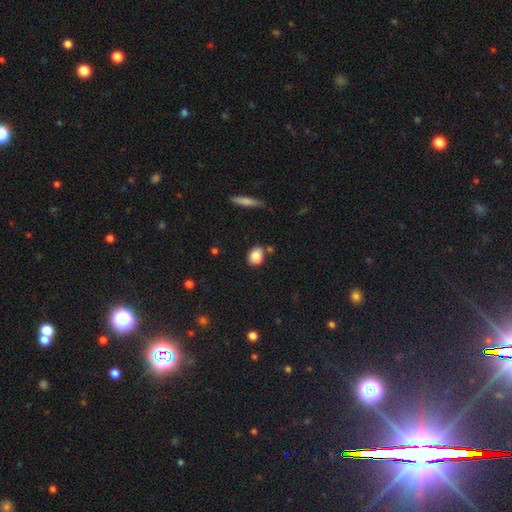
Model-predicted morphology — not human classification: Smooth or featured?
  - smooth: 82% *
  - featured or disk: 9%
  - star or artifact: 9%
How rounded?
  - in between: 63% *
  - round: 35%
  - cigar-shaped: 2%
Merging?
  - none: 68% *
  - minor disturbance: 17%
  - merger: 11%
  - major disturbance: 4%